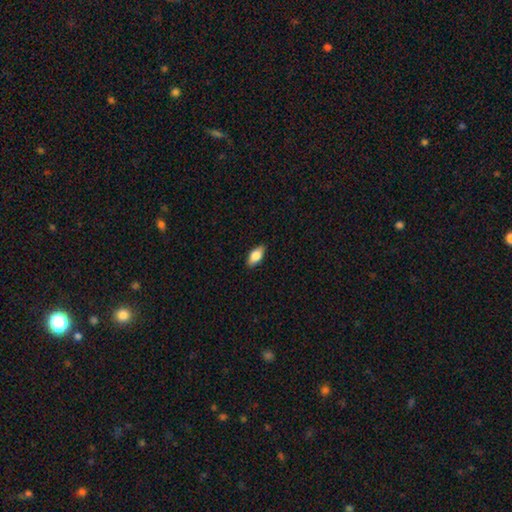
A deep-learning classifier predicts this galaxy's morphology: smooth-or-featured: smooth: 80% | featured or disk: 13% | star or artifact: 7%
  how-rounded: in between: 88% | cigar-shaped: 8% | round: 4%
  merging: none: 86% | minor disturbance: 11% | major disturbance: 2% | merger: 1%